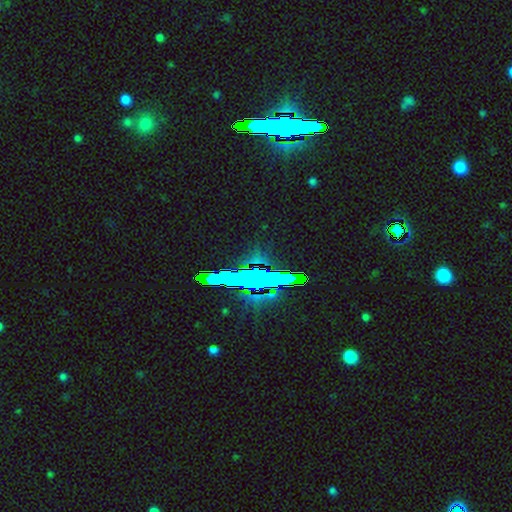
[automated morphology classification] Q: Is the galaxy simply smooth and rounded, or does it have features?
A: star or artifact — 66%.